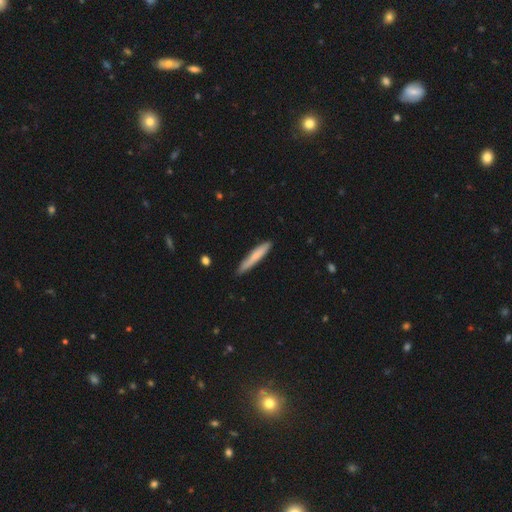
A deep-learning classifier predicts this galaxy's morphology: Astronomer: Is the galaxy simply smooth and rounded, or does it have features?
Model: smooth — 73%.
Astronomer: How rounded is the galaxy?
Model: cigar-shaped — 94%.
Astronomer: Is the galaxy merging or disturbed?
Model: none — 82%.